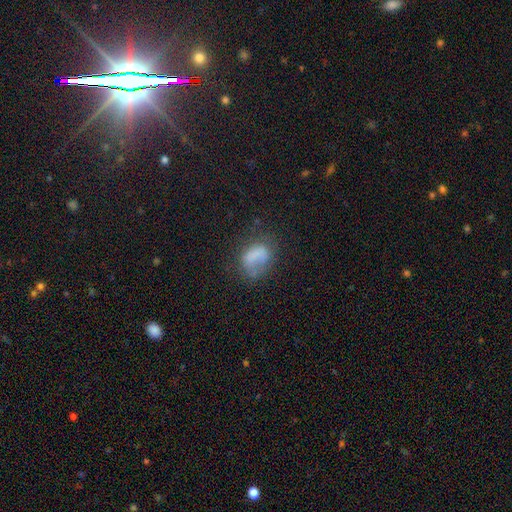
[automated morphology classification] This appears to be a smooth galaxy with no disk features (64%) that is in between round and cigar-shaped (72%). Merging: none (39%).